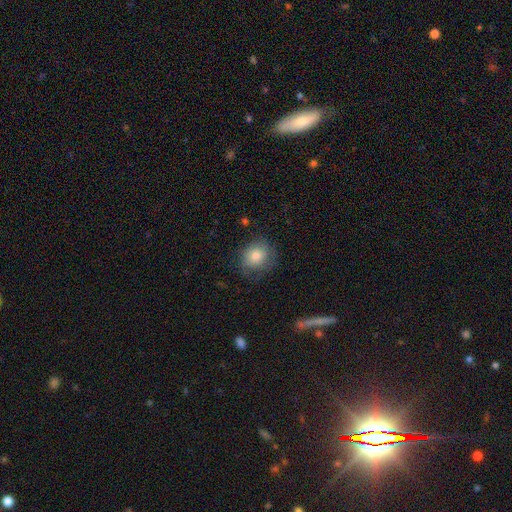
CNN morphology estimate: smooth 76%, featured or disk 15%, star or artifact 9%. Down the decision tree: how rounded — round (74%); merging — none (69%).